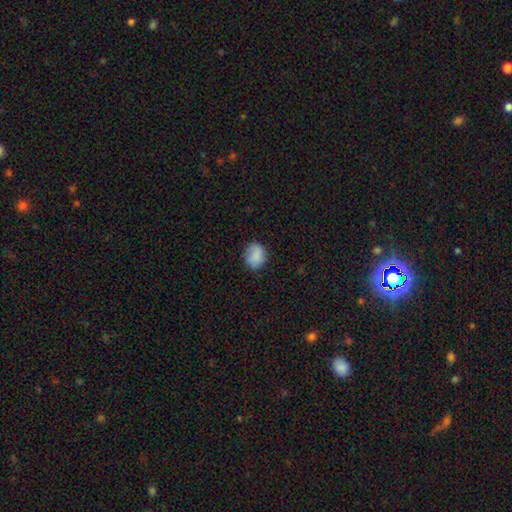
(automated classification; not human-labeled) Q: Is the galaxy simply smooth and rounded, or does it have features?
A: smooth — 83%.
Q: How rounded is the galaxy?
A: round — 62%.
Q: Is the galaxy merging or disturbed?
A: none — 75%.